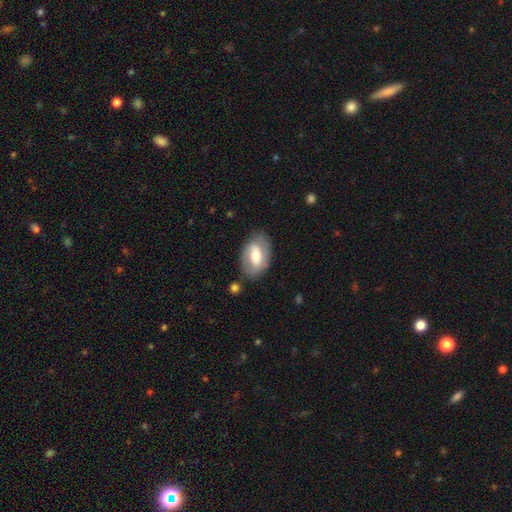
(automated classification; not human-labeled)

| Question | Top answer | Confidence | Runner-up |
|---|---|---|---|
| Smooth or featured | smooth | 49% | featured or disk (45%) |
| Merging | none | 78% | minor disturbance (15%) |